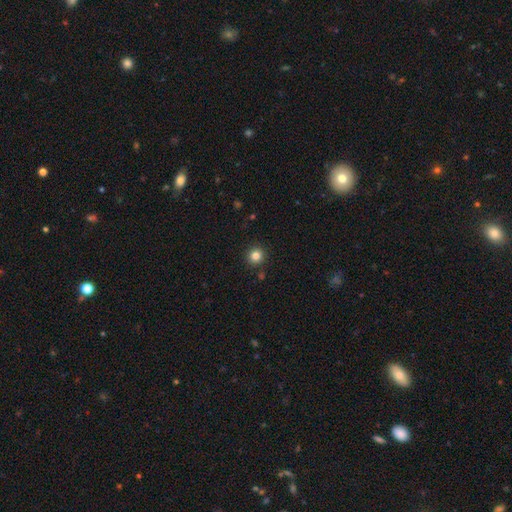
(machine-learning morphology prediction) A smooth galaxy with no disk features (83%) that is round (94%). Merging: none (91%).